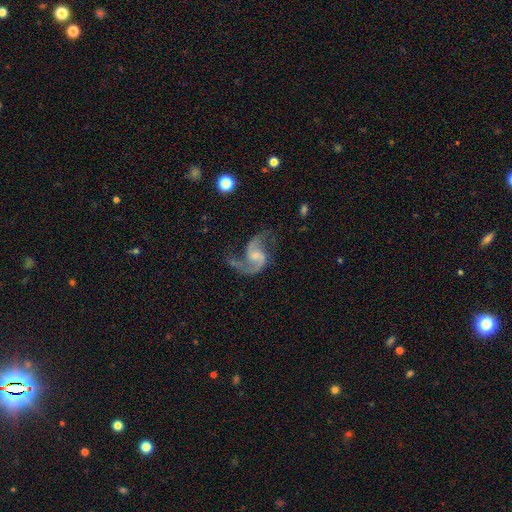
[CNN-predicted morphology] Smooth or featured? featured or disk (90%)
Edge-on disk? no (98%)
Bar? weak (49%)
Spiral arms? yes (97%)
Spiral winding? loose (61%)
Spiral arm count? 2 (90%)
Bulge size? small (36%)
Merging? none (60%)